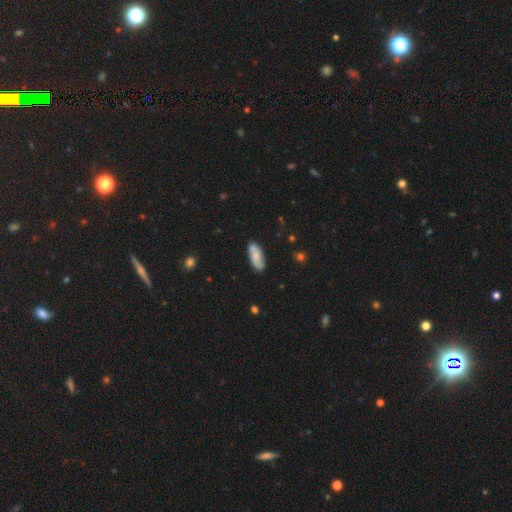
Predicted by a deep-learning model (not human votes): Overall: smooth (54%; featured or disk 39%). How rounded: in between (75%). Merging: none (81%).